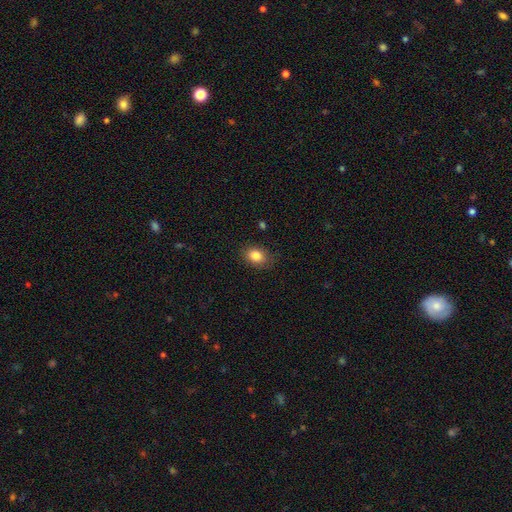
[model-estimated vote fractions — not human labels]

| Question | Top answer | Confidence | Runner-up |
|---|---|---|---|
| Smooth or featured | smooth | 84% | star or artifact (9%) |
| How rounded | in between | 70% | round (29%) |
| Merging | none | 83% | minor disturbance (13%) |